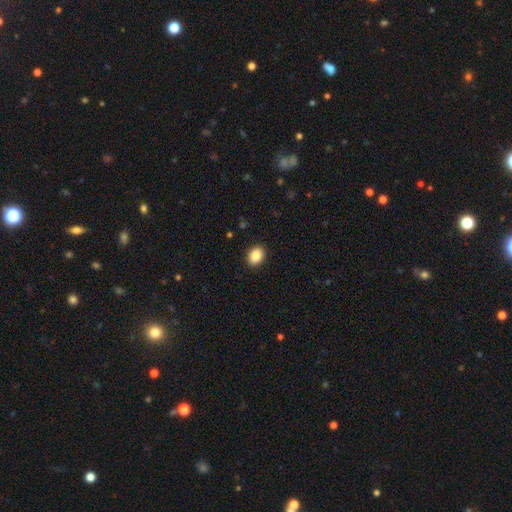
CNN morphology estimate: This is clearly a smooth galaxy (87%). How rounded: likely in between (62%). Merging: clearly none (91%).